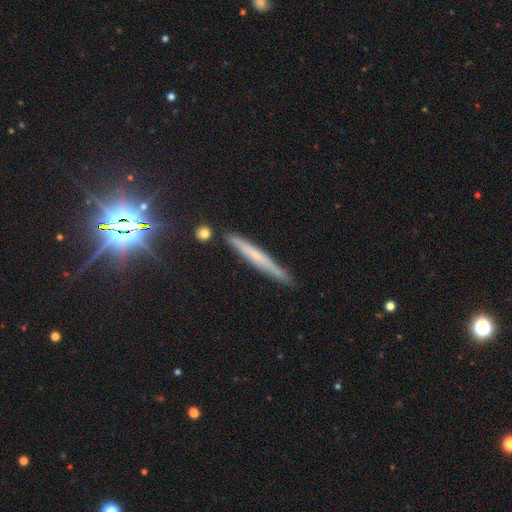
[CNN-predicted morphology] Smooth or featured? Predicted: smooth (p=0.45). Merging? Predicted: none (p=0.87).